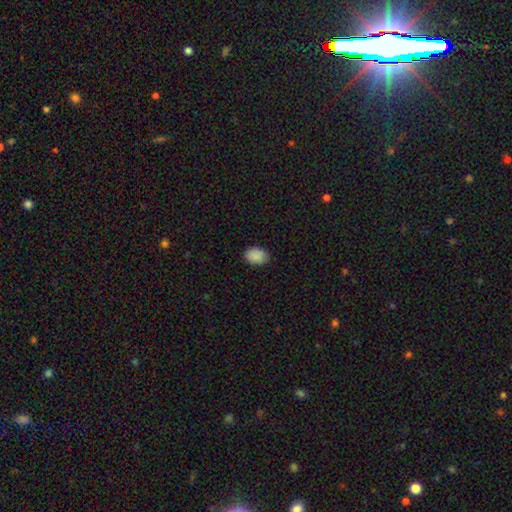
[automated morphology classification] Q: Smooth or featured?
A: smooth (89%); runner-up: star or artifact (8%)
Q: How rounded?
A: in between (73%); runner-up: round (27%)
Q: Merging?
A: none (85%); runner-up: minor disturbance (12%)